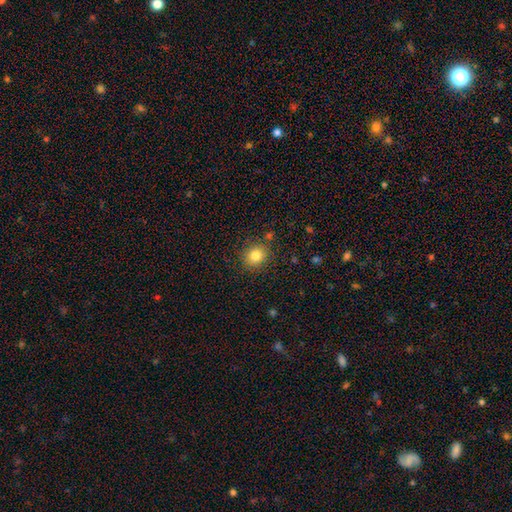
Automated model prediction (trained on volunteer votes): smooth-or-featured: smooth: 82% | star or artifact: 11% | featured or disk: 7%
  how-rounded: round: 77% | in between: 22% | cigar-shaped: 1%
  merging: none: 85% | minor disturbance: 10% | major disturbance: 3% | merger: 3%